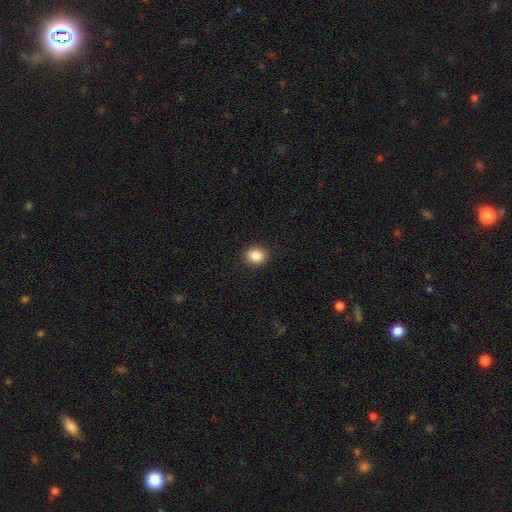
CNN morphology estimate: This appears to be a smooth galaxy with no disk features (86%) that is round (71%). Merging: none (90%).